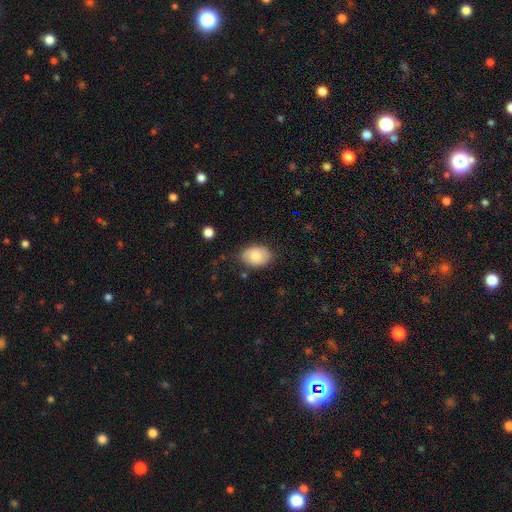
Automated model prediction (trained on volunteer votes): The model was most divided on "smooth or featured": smooth: 76%, featured or disk: 17%, star or artifact: 7%. More confident: merging — none (80%); how rounded — in between (80%).